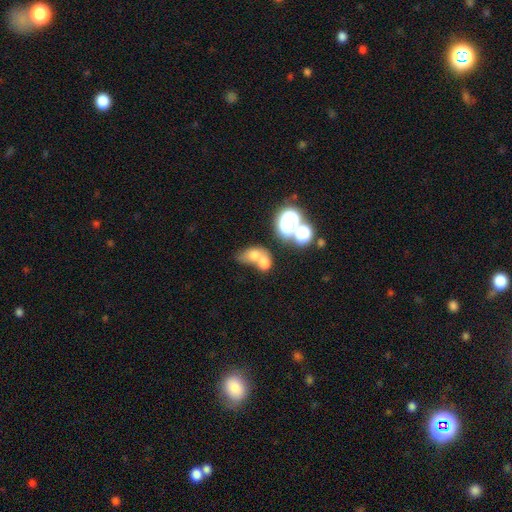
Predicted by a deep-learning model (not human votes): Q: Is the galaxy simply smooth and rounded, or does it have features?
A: smooth — 60%.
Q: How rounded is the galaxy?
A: in between — 59%.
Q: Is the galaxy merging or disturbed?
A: merger — 61%.